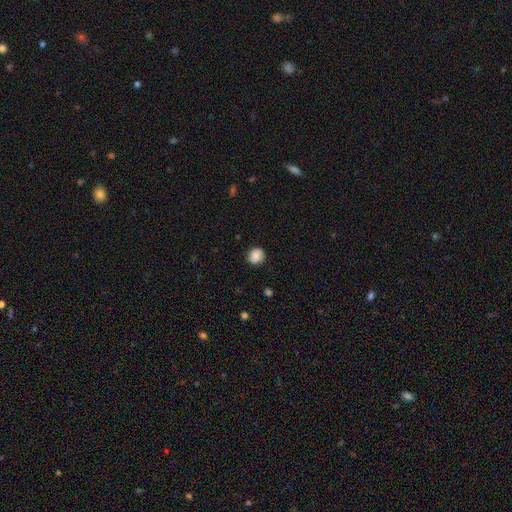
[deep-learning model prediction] smooth-or-featured: smooth: 81% | featured or disk: 10% | star or artifact: 9%
  how-rounded: round: 77% | in between: 22% | cigar-shaped: 1%
  merging: none: 81% | minor disturbance: 14% | major disturbance: 4% | merger: 1%